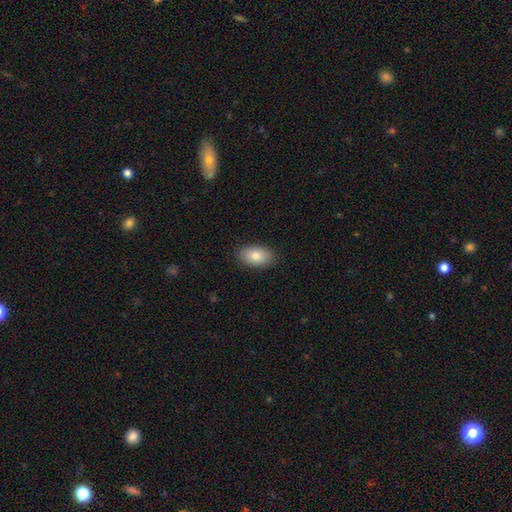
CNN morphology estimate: Smooth or featured? smooth (84%)
How rounded? in between (93%)
Merging? none (88%)